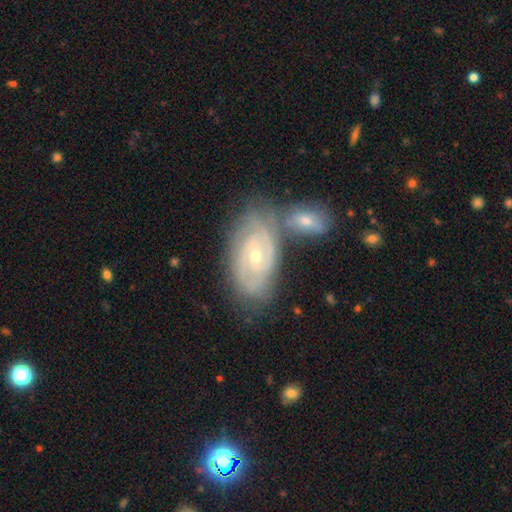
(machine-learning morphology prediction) Smooth or featured? Predicted: featured or disk (p=0.81). Edge-on disk? Predicted: no (p=0.94). Bar? Predicted: no (p=0.67). Spiral arms? Predicted: yes (p=0.90). Spiral winding? Predicted: tight (p=0.76). Spiral arm count? Predicted: can't tell (p=0.43). Bulge size? Predicted: small (p=0.54). Merging? Predicted: none (p=0.55).